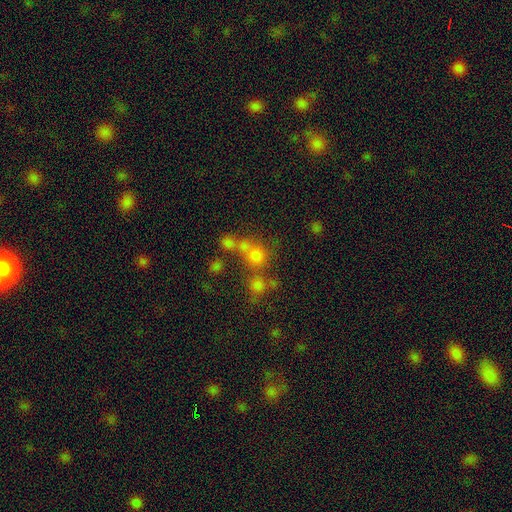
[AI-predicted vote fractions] Smooth or featured? smooth (67%)
How rounded? round (77%)
Merging? merger (43%)